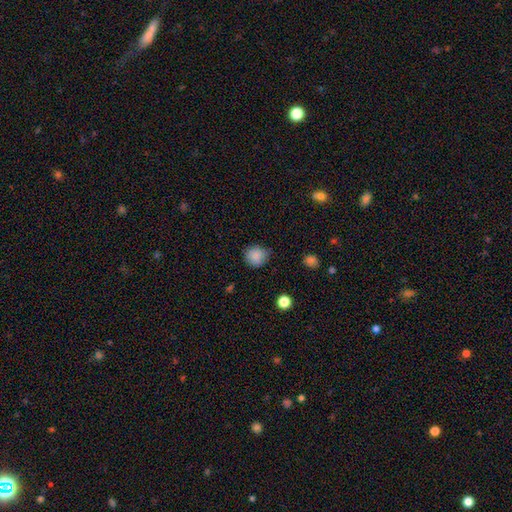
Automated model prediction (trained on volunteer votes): smooth_or_featured: smooth (p=0.86) [alt: star or artifact p=0.10]
how_rounded: round (p=0.88) [alt: in between p=0.11]
merging: none (p=0.77) [alt: minor disturbance p=0.18]